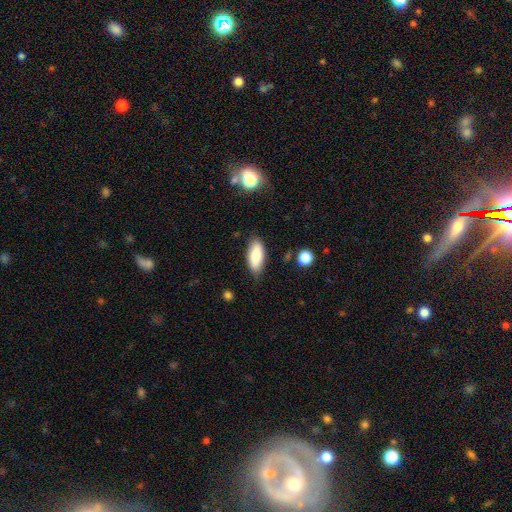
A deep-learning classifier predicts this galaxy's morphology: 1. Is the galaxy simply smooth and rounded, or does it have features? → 83% smooth, 10% featured or disk, 7% star or artifact.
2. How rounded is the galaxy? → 84% in between, 14% cigar-shaped, 2% round.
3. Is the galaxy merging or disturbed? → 81% none, 14% minor disturbance, 3% major disturbance, 2% merger.